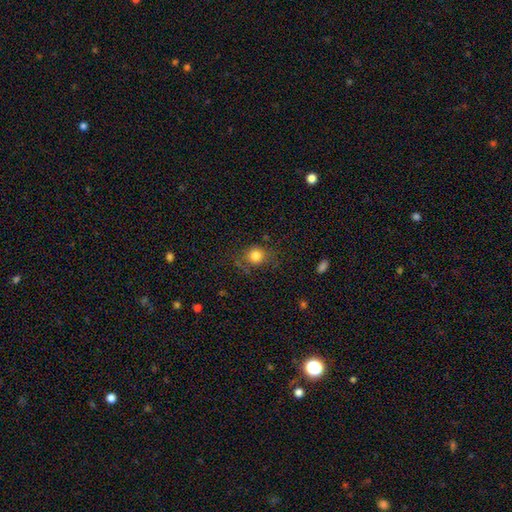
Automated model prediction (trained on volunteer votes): A smooth galaxy with no disk features (81%) that is round (81%). Merging: none (72%).